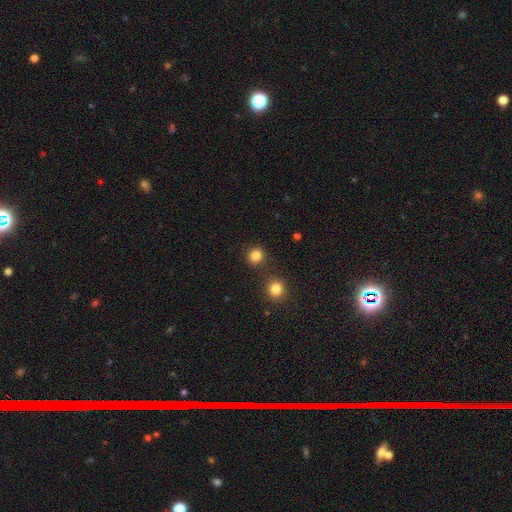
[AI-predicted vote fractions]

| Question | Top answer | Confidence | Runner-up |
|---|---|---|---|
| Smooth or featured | smooth | 83% | star or artifact (13%) |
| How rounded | round | 90% | in between (9%) |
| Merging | none | 85% | minor disturbance (6%) |